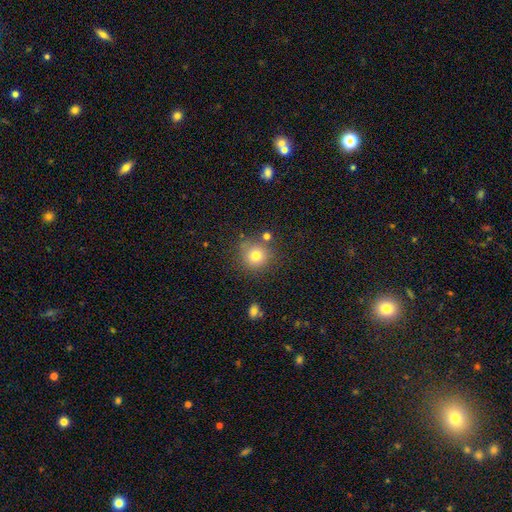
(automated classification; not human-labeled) This is likely a smooth galaxy (77%). How rounded: clearly round (92%). Merging: likely none (78%).